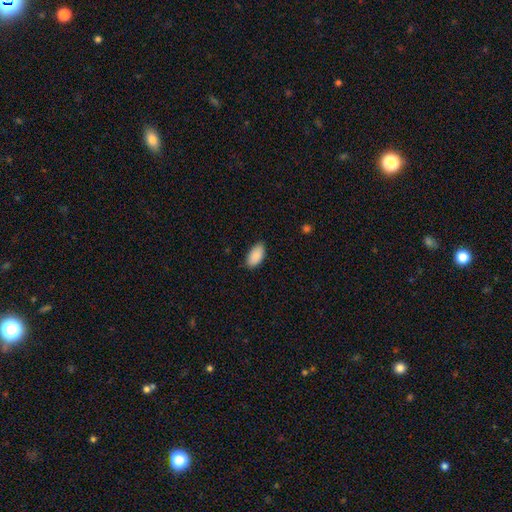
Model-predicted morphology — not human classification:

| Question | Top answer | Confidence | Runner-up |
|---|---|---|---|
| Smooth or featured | smooth | 90% | star or artifact (6%) |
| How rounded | in between | 95% | cigar-shaped (3%) |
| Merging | none | 81% | minor disturbance (16%) |